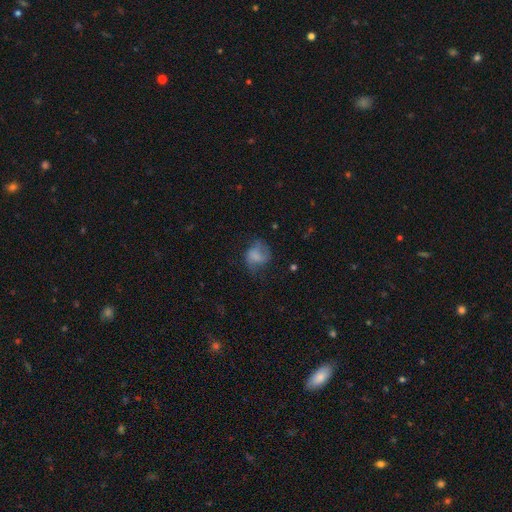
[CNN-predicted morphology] A smooth galaxy with no disk features (61%) that is round (55%). Merging: none (46%).